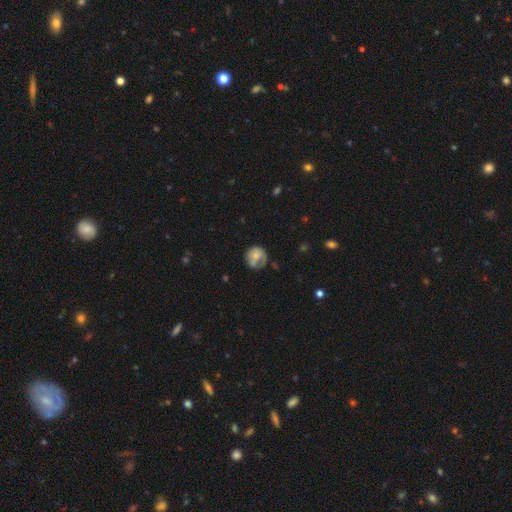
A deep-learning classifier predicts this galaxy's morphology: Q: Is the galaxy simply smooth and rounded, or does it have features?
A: smooth — 60%.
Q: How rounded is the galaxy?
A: round — 79%.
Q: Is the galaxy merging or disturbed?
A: none — 44%.